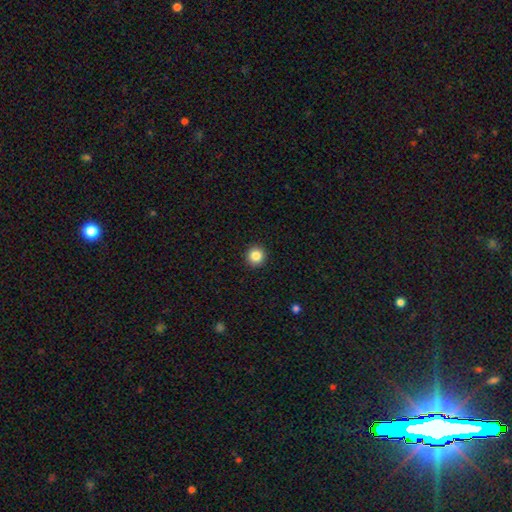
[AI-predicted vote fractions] This appears to be a smooth galaxy with no disk features (85%) that is round (95%). Merging: none (93%).